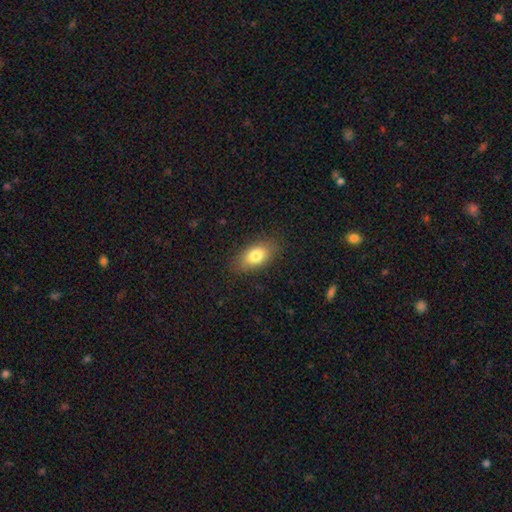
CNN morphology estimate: A smooth galaxy with no disk features (80%) that is in between round and cigar-shaped (89%).

Vote fractions:
- Smooth or featured? smooth: 80% / featured or disk: 12% / star or artifact: 8%
- How rounded? in between: 89% / round: 7% / cigar-shaped: 4%
- Merging? none: 84% / minor disturbance: 12% / major disturbance: 3% / merger: 1%